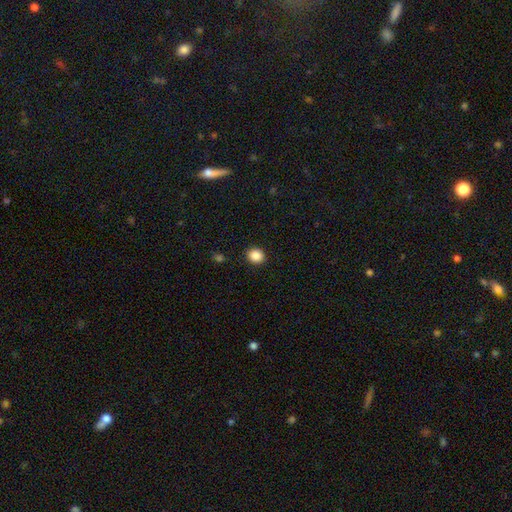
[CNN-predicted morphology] Smooth or featured? Predicted: smooth (p=0.88). How rounded? Predicted: round (p=0.72). Merging? Predicted: none (p=0.91).